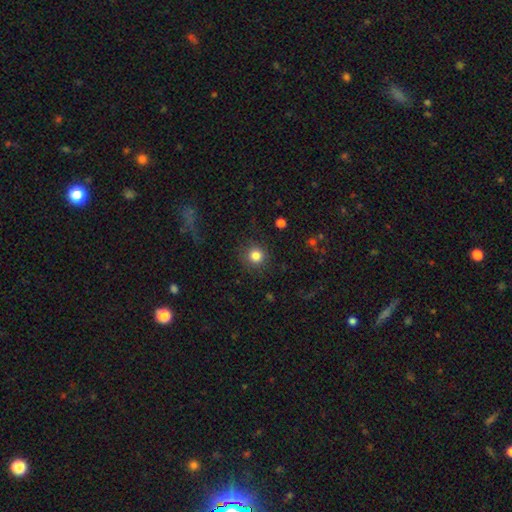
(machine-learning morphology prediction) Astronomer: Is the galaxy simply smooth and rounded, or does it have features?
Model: smooth — 83%.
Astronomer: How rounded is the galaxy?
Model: round — 93%.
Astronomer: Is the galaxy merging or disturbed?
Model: none — 88%.